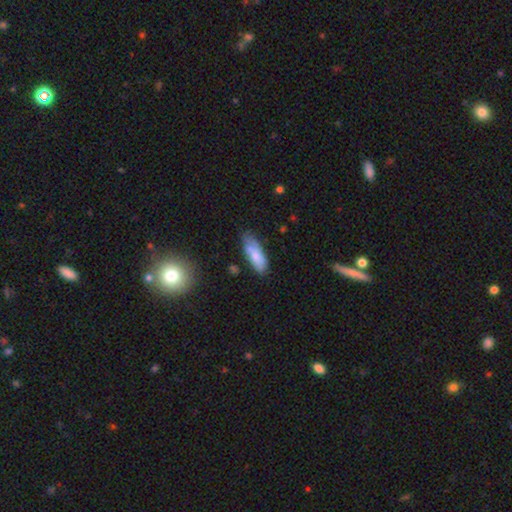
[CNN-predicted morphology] A smooth galaxy with no disk features (73%) that is in between round and cigar-shaped (68%). Merging: none (55%).